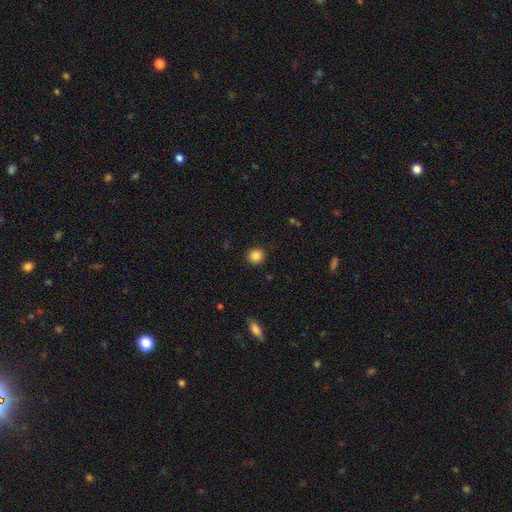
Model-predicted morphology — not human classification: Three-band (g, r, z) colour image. It shows a smooth galaxy with no disk features (86%) that is round (90%). Merging: none (91%).